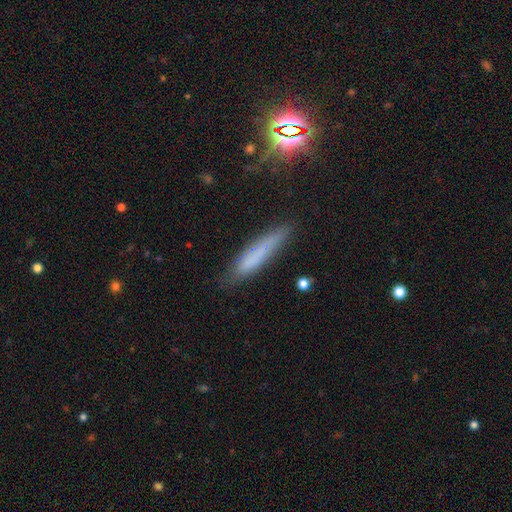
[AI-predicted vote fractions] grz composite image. It shows a smooth galaxy with no disk features (68%) that is cigar-shaped (88%). Merging: none (76%).